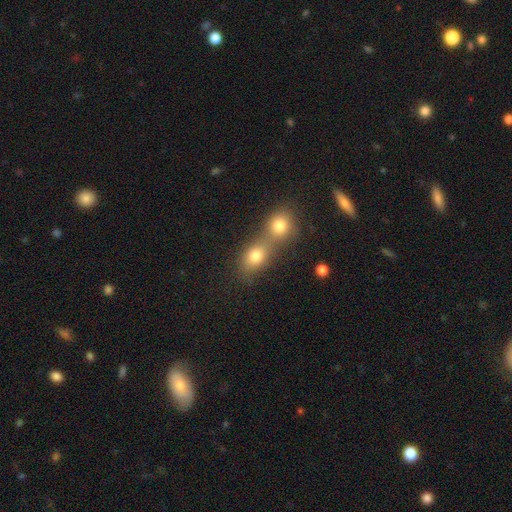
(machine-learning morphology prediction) smooth 76%, star or artifact 13%, featured or disk 11%. Down the decision tree: how rounded — round (50%); merging — merger (63%).